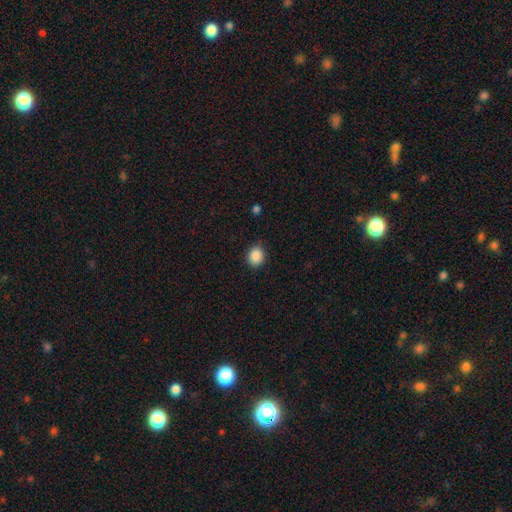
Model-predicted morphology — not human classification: Smooth or featured? smooth (88%)
How rounded? round (72%)
Merging? none (85%)